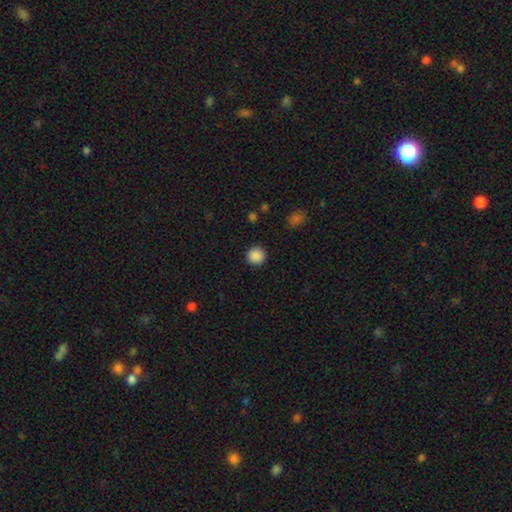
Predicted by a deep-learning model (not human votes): Smooth or featured?
  - smooth: 88% *
  - star or artifact: 9%
  - featured or disk: 2%
How rounded?
  - round: 94% *
  - in between: 5%
  - cigar-shaped: 1%
Merging?
  - none: 92% *
  - minor disturbance: 5%
  - major disturbance: 2%
  - merger: 1%